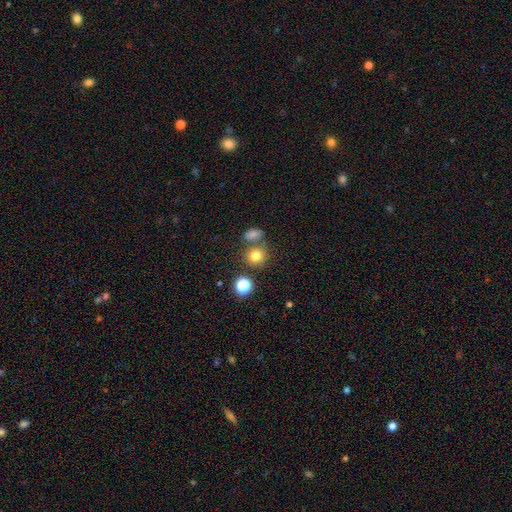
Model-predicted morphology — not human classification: The model was most divided on "merging": none: 65%, merger: 21%, minor disturbance: 10%, major disturbance: 4%. More confident: how rounded — round (83%); smooth or featured — smooth (76%).